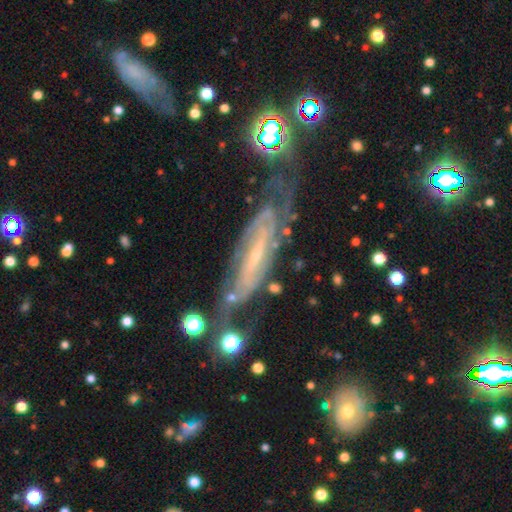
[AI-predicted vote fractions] A featured or disk galaxy (79%) with a weak bar (38%), spiral arms (90%) and a small central bulge (73%). Merging: none (65%).